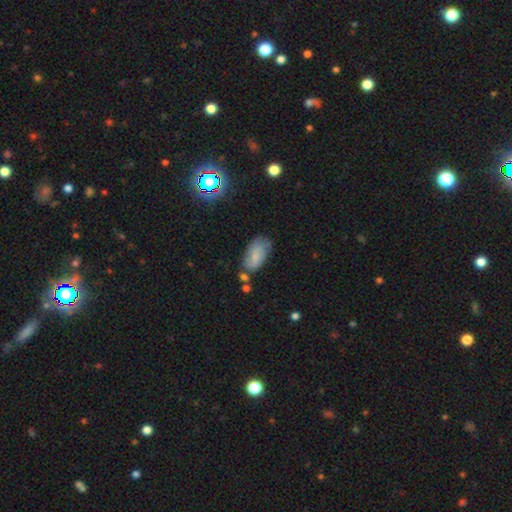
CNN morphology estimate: Smooth or featured? smooth (68%)
How rounded? in between (92%)
Merging? none (58%)